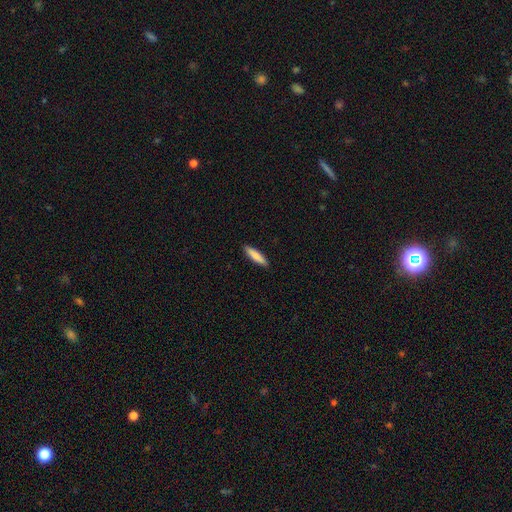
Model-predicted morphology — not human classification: This is clearly a smooth galaxy (82%). How rounded: likely cigar-shaped (79%). Merging: clearly none (90%).